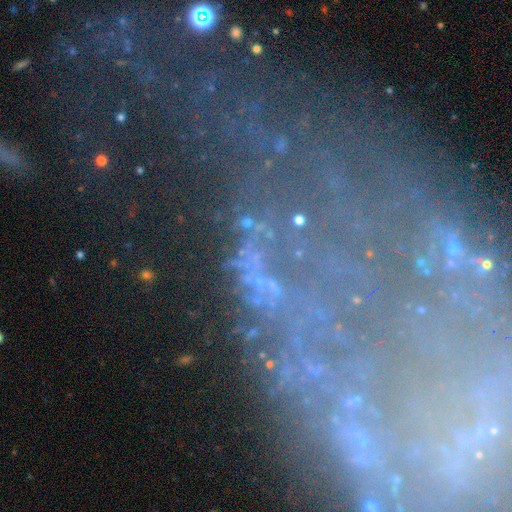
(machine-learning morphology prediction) This is possibly a star or artifact rather than a galaxy (48%).